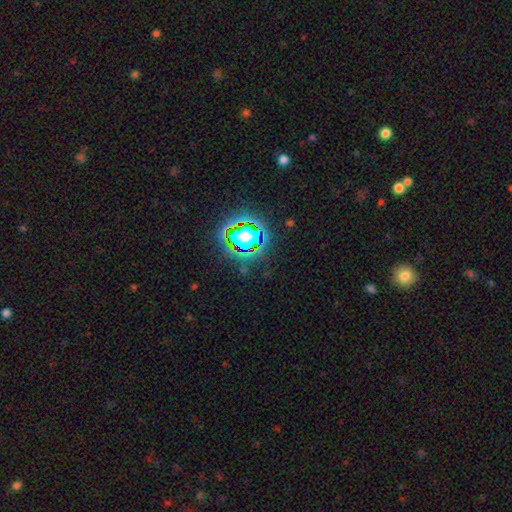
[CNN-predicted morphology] Q: Smooth or featured?
A: star or artifact (71%); runner-up: smooth (18%)